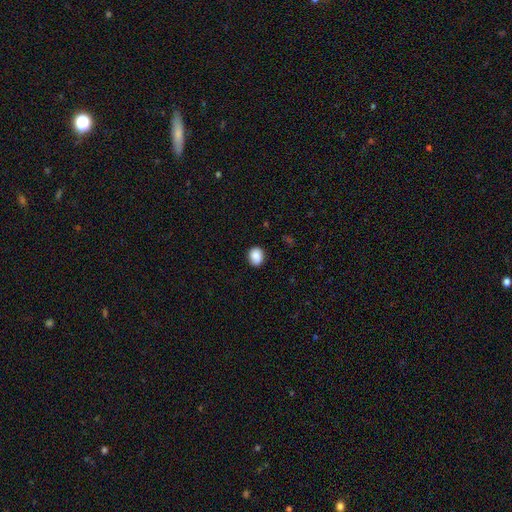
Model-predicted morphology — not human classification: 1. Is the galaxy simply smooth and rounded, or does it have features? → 88% smooth, 8% star or artifact, 4% featured or disk.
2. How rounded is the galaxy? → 54% round, 45% in between, 1% cigar-shaped.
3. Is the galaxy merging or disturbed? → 86% none, 10% minor disturbance, 2% major disturbance, 1% merger.